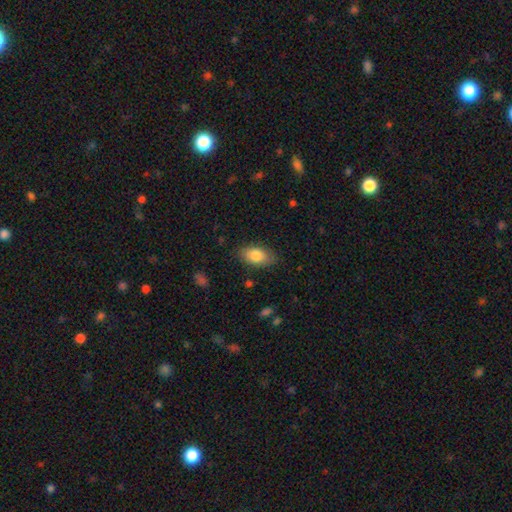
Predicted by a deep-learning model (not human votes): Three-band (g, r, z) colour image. It shows a smooth galaxy with no disk features (81%) that is in between round and cigar-shaped (92%). Merging: none (83%).